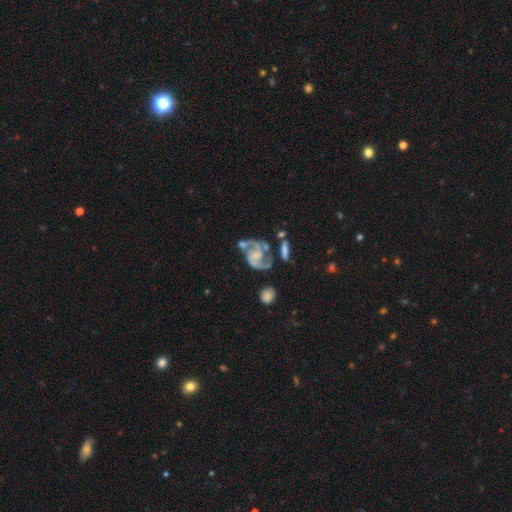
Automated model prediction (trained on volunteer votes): Smooth or featured? Predicted: featured or disk (p=0.88). Edge-on disk? Predicted: no (p=0.98). Bar? Predicted: no (p=0.53). Spiral arms? Predicted: yes (p=0.96). Spiral winding? Predicted: medium (p=0.55). Spiral arm count? Predicted: 2 (p=0.87). Bulge size? Predicted: small (p=0.46). Merging? Predicted: none (p=0.44).